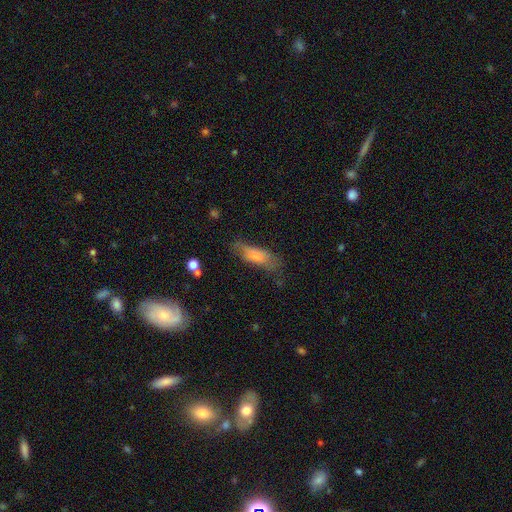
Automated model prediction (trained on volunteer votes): smooth 74%, featured or disk 19%, star or artifact 7%. Down the decision tree: how rounded — in between (61%); merging — none (48%).